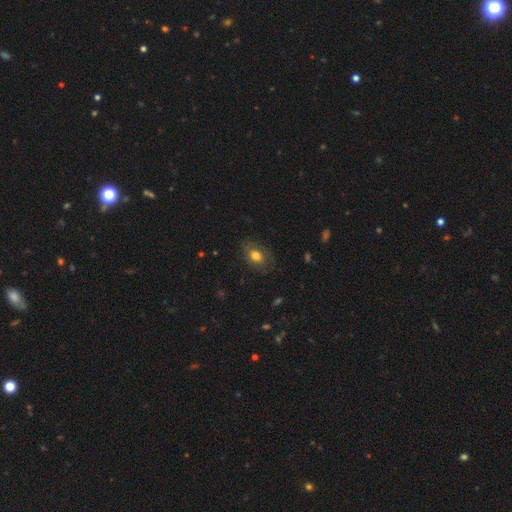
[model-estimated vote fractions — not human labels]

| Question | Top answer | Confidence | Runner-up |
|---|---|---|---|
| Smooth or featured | smooth | 67% | featured or disk (22%) |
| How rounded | in between | 74% | round (25%) |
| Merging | none | 76% | minor disturbance (16%) |